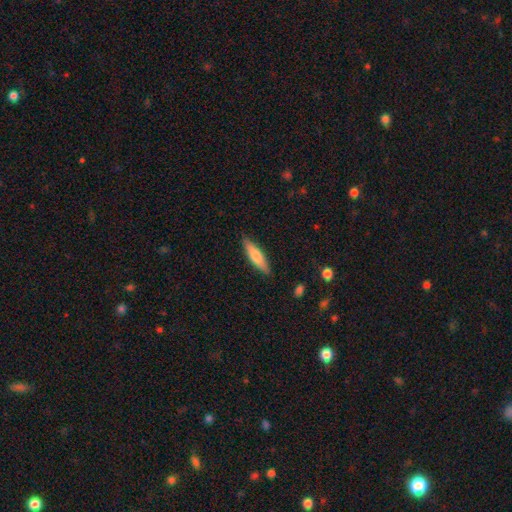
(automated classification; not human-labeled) Overall: smooth (71%). How rounded: cigar-shaped (71%). Merging: none (87%).